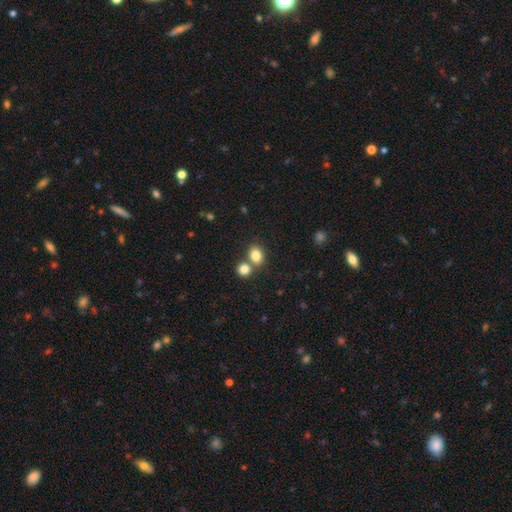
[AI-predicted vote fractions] Overall: smooth (83%). How rounded: in between (55%; round 44%). Merging: none (55%; merger 34%).